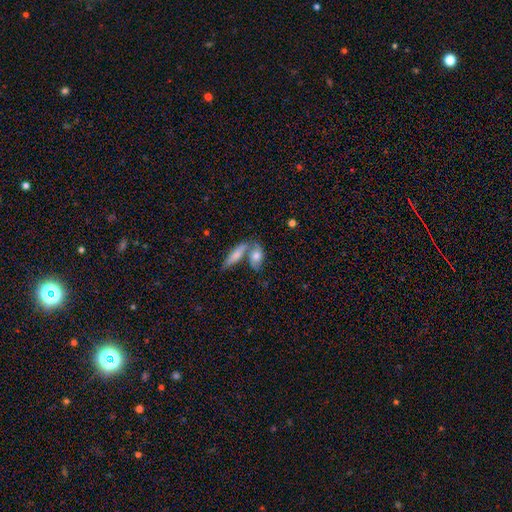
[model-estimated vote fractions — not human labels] Smooth or featured?
  - smooth: 60% *
  - featured or disk: 33%
  - star or artifact: 7%
How rounded?
  - in between: 68% *
  - cigar-shaped: 24%
  - round: 8%
Merging?
  - merger: 47% *
  - none: 37%
  - minor disturbance: 11%
  - major disturbance: 5%